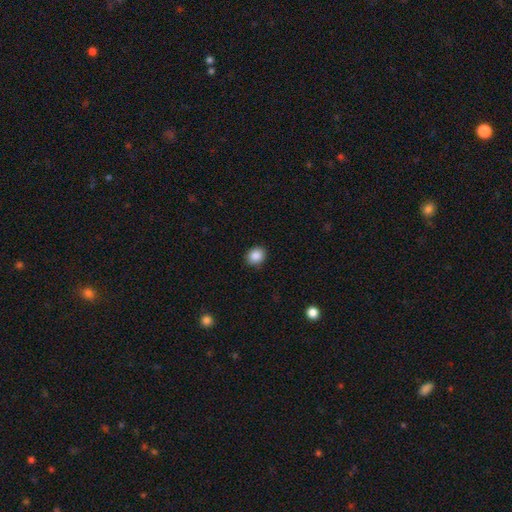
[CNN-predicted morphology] A smooth galaxy with no disk features (88%) that is round (64%). Merging: none (89%).